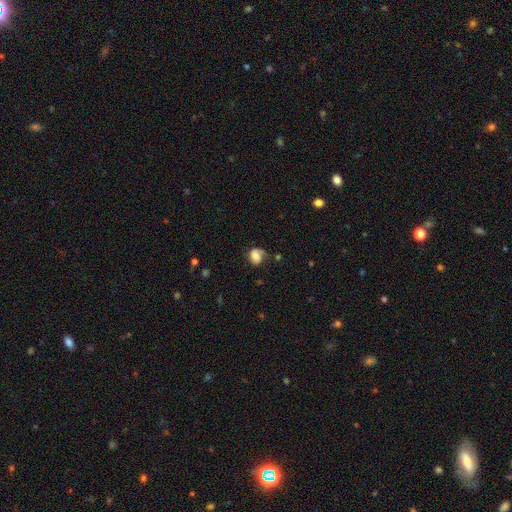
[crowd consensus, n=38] This appears to be a smooth galaxy with no disk features (61%) that is in between round and cigar-shaped (78%). Merging: major disturbance (42%).